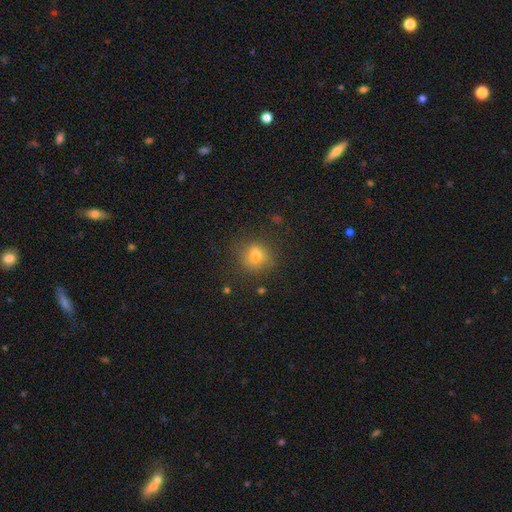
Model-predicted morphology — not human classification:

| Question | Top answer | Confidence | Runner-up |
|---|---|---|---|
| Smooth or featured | smooth | 76% | star or artifact (14%) |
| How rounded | round | 82% | in between (17%) |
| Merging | none | 79% | minor disturbance (14%) |